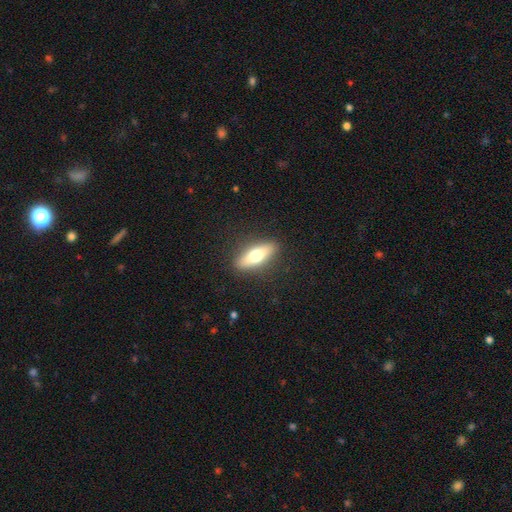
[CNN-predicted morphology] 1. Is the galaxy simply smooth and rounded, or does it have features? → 60% smooth, 34% featured or disk, 6% star or artifact.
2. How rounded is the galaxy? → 50% in between, 47% cigar-shaped, 3% round.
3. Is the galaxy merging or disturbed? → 89% none, 8% minor disturbance, 2% major disturbance, 1% merger.